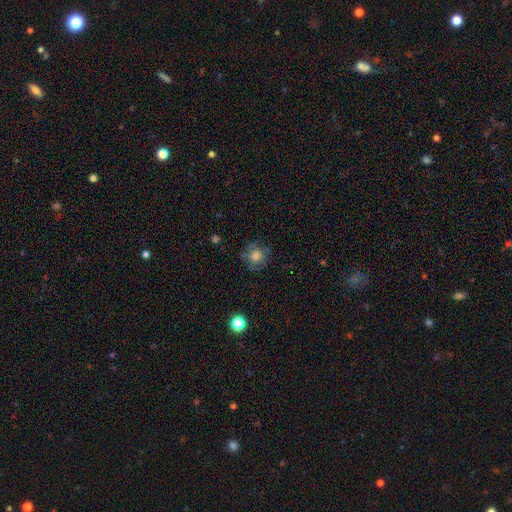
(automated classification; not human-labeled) Smooth or featured? Predicted: smooth (p=0.60). How rounded? Predicted: round (p=0.88). Merging? Predicted: none (p=0.74).